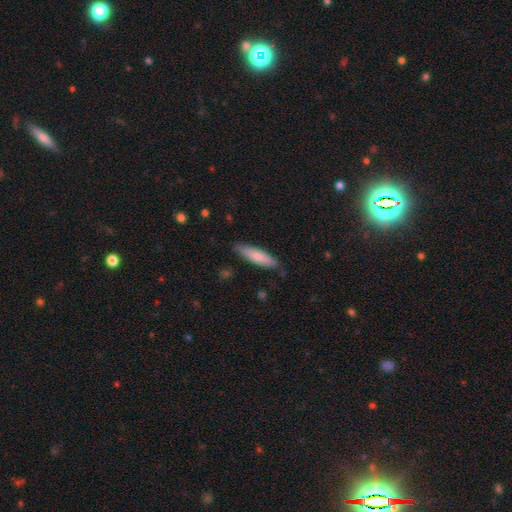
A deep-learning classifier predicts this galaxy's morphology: A smooth galaxy with no disk features (77%) that is cigar-shaped (70%).

Vote fractions:
- Smooth or featured? smooth: 77% / featured or disk: 18% / star or artifact: 5%
- How rounded? cigar-shaped: 70% / in between: 29% / round: 1%
- Merging? none: 84% / minor disturbance: 12% / major disturbance: 2% / merger: 1%